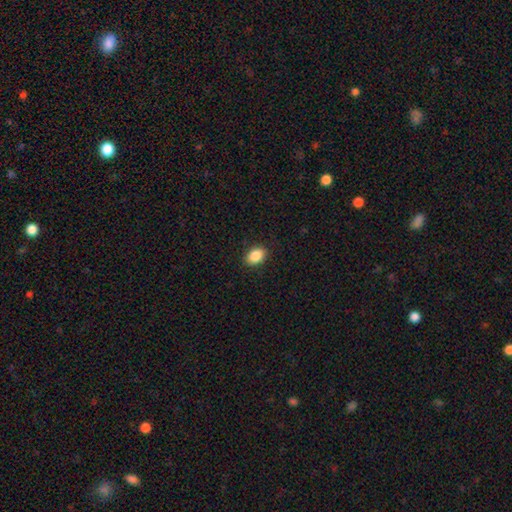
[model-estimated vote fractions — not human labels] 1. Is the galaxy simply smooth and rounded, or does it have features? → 88% smooth, 8% star or artifact, 4% featured or disk.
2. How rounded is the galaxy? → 79% in between, 20% round, 1% cigar-shaped.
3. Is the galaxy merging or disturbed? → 89% none, 8% minor disturbance, 2% major disturbance, 1% merger.